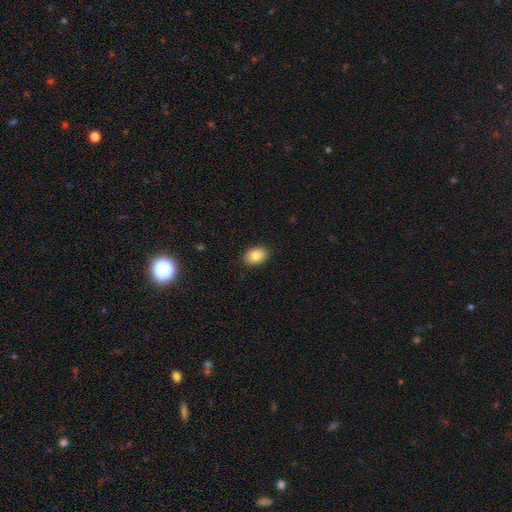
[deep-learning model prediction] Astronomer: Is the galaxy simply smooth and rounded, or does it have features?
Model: smooth — 85%.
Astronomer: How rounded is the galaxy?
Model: in between — 79%.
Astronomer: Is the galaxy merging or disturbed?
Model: none — 89%.